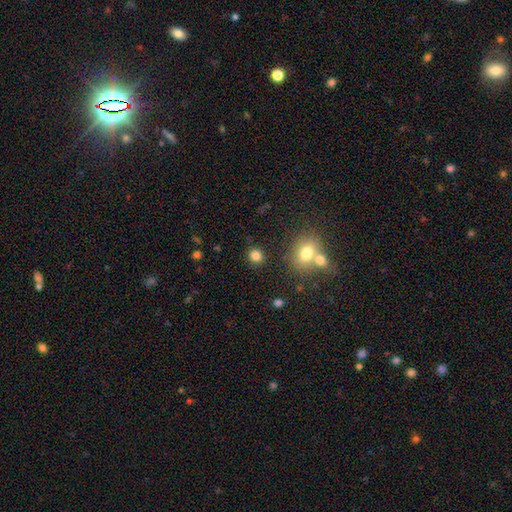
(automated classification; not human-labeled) This is clearly a smooth galaxy (83%). How rounded: likely round (77%). Merging: clearly none (84%).